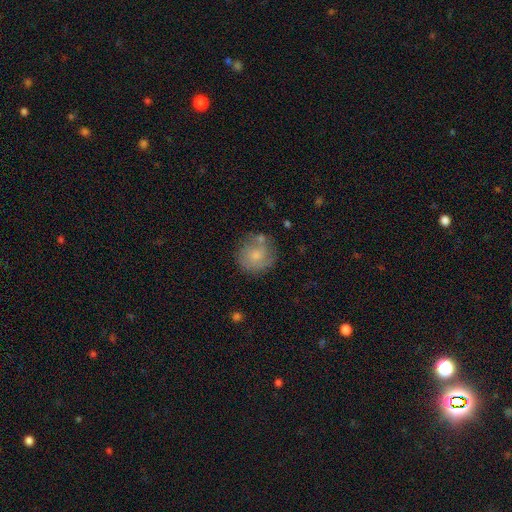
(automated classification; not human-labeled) Morphology: type=smooth (63%); roundness=round (88%); merging=none (64%).